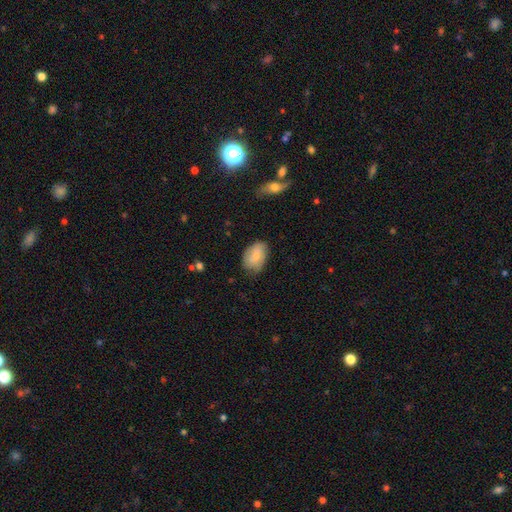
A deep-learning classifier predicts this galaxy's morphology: A smooth galaxy with no disk features (69%) that is in between round and cigar-shaped (87%).

Vote fractions:
- Smooth or featured? smooth: 69% / featured or disk: 25% / star or artifact: 7%
- How rounded? in between: 87% / round: 12% / cigar-shaped: 1%
- Merging? none: 64% / minor disturbance: 29% / major disturbance: 6% / merger: 1%